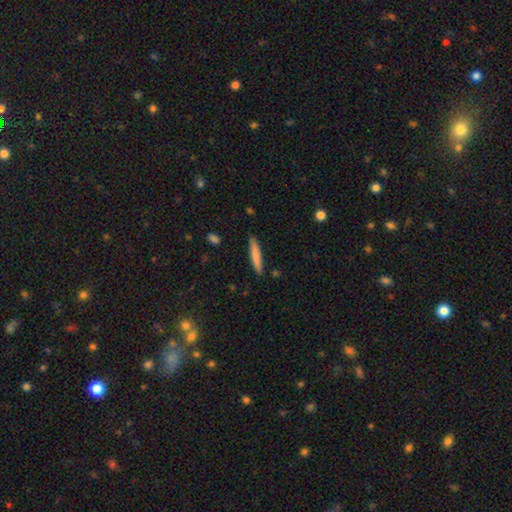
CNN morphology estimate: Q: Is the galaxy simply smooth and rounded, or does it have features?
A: smooth — 77%.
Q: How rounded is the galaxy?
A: cigar-shaped — 92%.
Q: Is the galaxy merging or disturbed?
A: none — 87%.